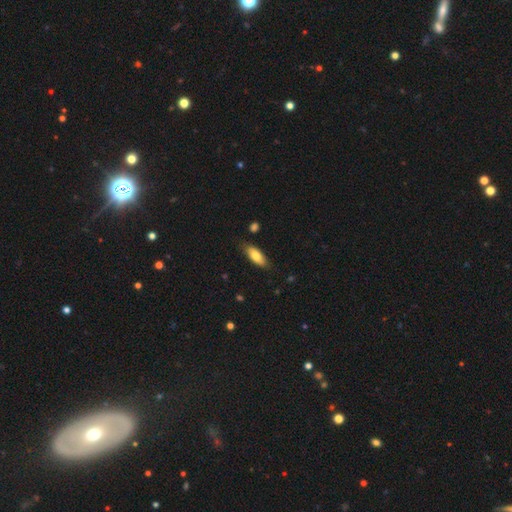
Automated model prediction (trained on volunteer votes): Smooth or featured: smooth — 76% (featured or disk — 18%)
How rounded: in between — 74% (cigar-shaped — 24%)
Merging: none — 80% (minor disturbance — 16%)